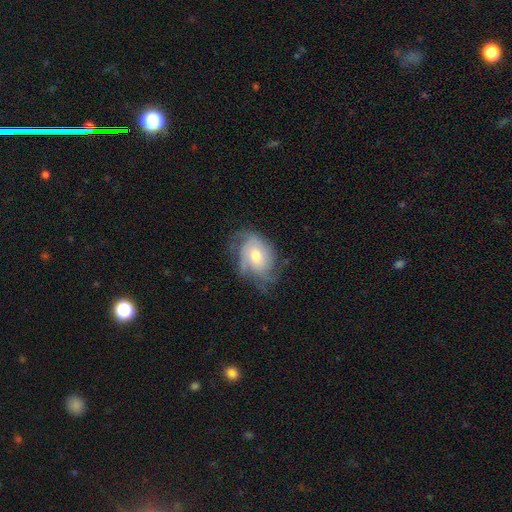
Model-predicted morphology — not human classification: Overall: featured or disk (72%). Edge-on disk: no (97%). Bar: no (72%). Spiral arms: yes (90%). Spiral arm count: can't tell (32%; 3 29%). Spiral winding: tight (45%; medium 38%). Bulge size: moderate (65%; small 26%). Merging: none (58%; minor disturbance 25%).